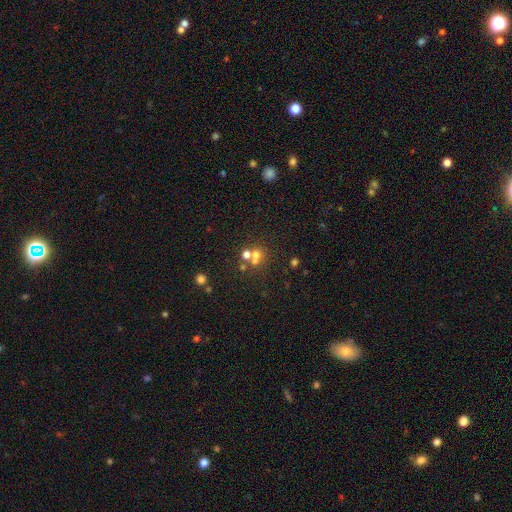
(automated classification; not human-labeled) smooth 54%, star or artifact 26%, featured or disk 20%. Down the decision tree: how rounded — round (79%); merging — merger (45%).